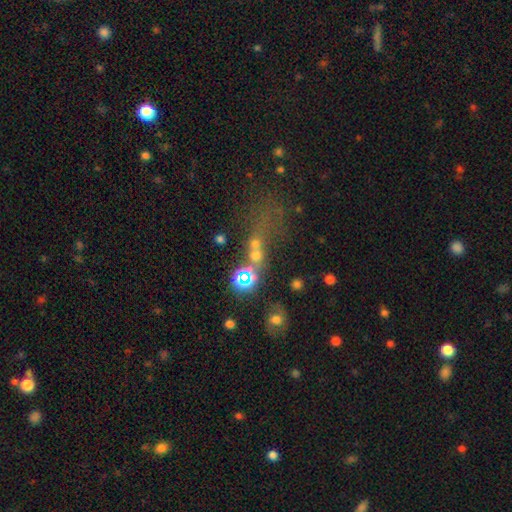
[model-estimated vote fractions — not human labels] Smooth or featured? Predicted: smooth (p=0.41). Merging? Predicted: merger (p=0.40).